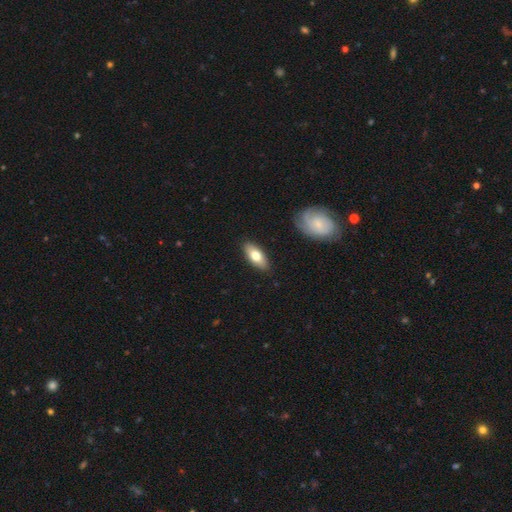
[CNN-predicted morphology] smooth-or-featured: smooth: 70% | featured or disk: 24% | star or artifact: 6%
  how-rounded: in between: 82% | cigar-shaped: 15% | round: 3%
  merging: none: 87% | minor disturbance: 10% | major disturbance: 2% | merger: 1%